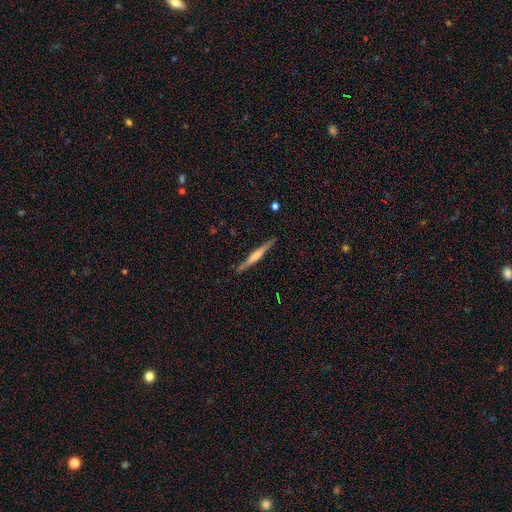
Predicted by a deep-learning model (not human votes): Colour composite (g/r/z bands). It shows a featured or disk galaxy (61%) viewed edge-on (98%) with a rounded central bulge (48%). Merging: none (89%).